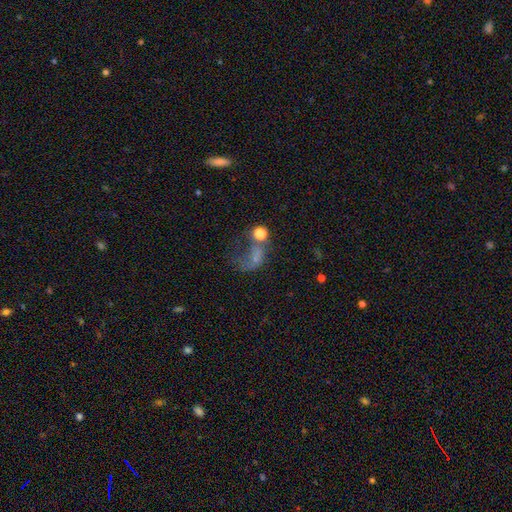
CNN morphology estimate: Smooth or featured: smooth — 45% (featured or disk — 34%)
Merging: major disturbance — 44% (merger — 24%)